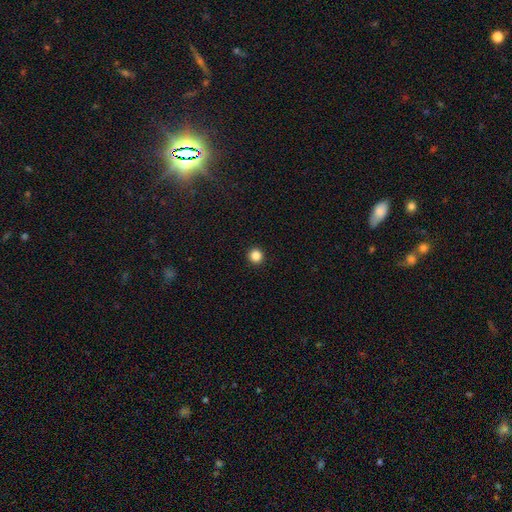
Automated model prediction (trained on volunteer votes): Smooth or featured? Predicted: smooth (p=0.85). How rounded? Predicted: round (p=0.96). Merging? Predicted: none (p=0.94).